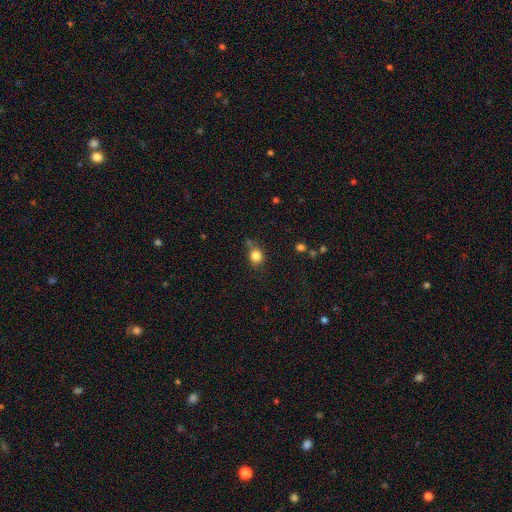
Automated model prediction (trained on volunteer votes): Morphology: type=smooth (83%); roundness=round (74%); merging=none (64%).